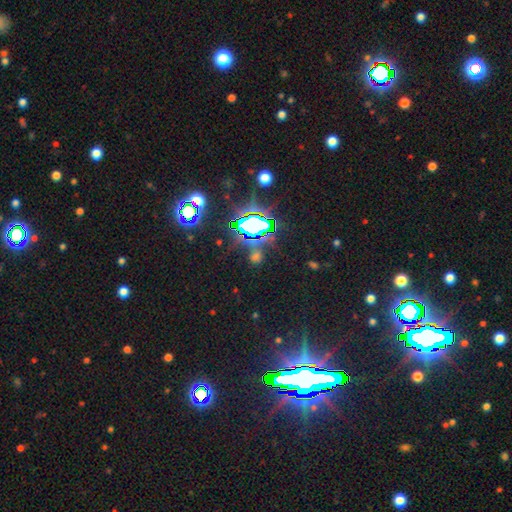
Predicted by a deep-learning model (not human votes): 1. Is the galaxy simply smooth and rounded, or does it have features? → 64% star or artifact, 28% smooth, 8% featured or disk.